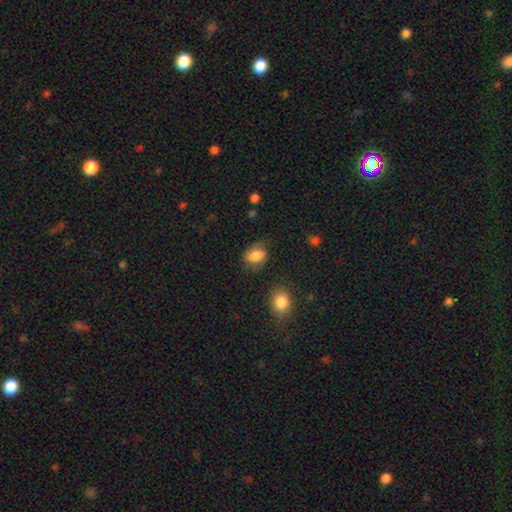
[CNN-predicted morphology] The model was most divided on "merging": none: 62%, minor disturbance: 26%, major disturbance: 9%, merger: 3%. More confident: smooth or featured — smooth (76%); how rounded — in between (69%).